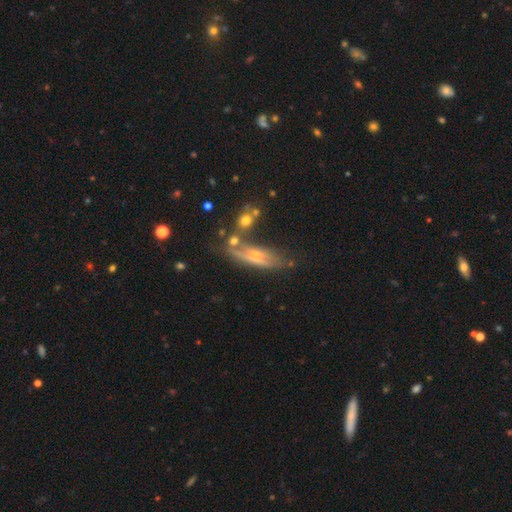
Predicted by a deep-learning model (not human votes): Smooth or featured? Predicted: featured or disk (p=0.56). Edge-on disk? Predicted: yes (p=0.55). Merging? Predicted: none (p=0.48).